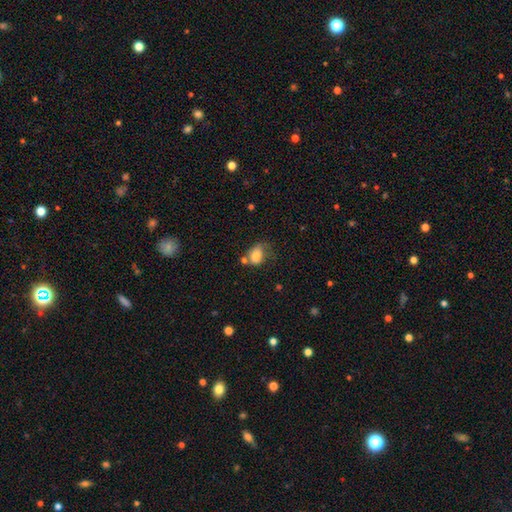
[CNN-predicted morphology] A smooth galaxy with no disk features (75%) that is in between round and cigar-shaped (74%). Merging: none (31%).